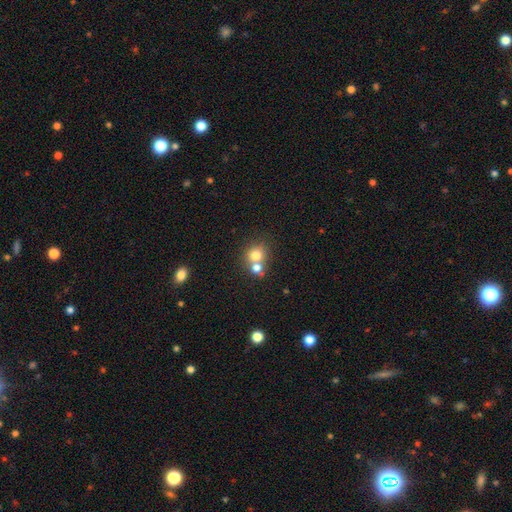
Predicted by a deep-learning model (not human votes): Smooth or featured? Predicted: smooth (p=0.76). How rounded? Predicted: round (p=0.78). Merging? Predicted: merger (p=0.50).